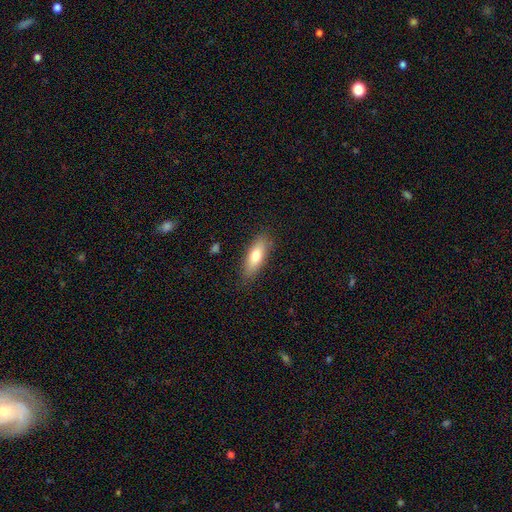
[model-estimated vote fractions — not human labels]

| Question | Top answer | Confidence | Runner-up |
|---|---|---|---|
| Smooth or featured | smooth | 72% | featured or disk (21%) |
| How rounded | in between | 64% | cigar-shaped (34%) |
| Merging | none | 85% | minor disturbance (11%) |